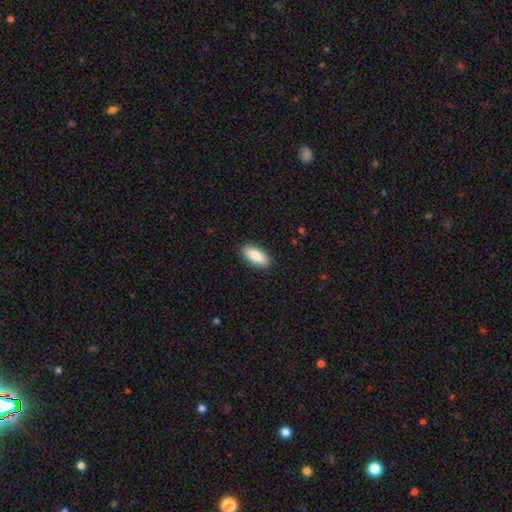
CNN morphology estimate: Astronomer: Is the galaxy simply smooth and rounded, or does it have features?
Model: smooth — 85%.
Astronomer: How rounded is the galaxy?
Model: in between — 83%.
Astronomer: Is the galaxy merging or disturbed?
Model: none — 90%.